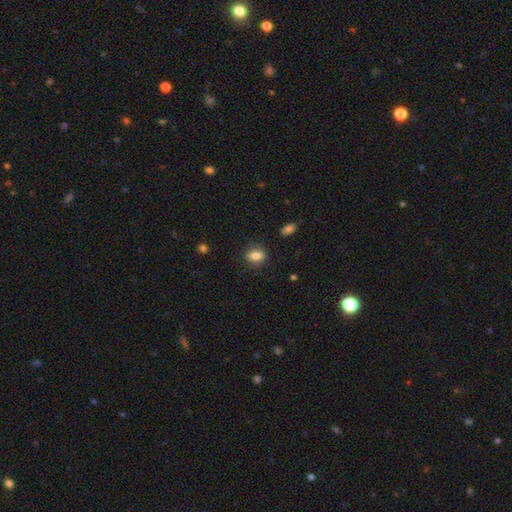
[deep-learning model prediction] This appears to be a smooth galaxy with no disk features (82%) that is in between round and cigar-shaped (67%). Merging: none (84%).